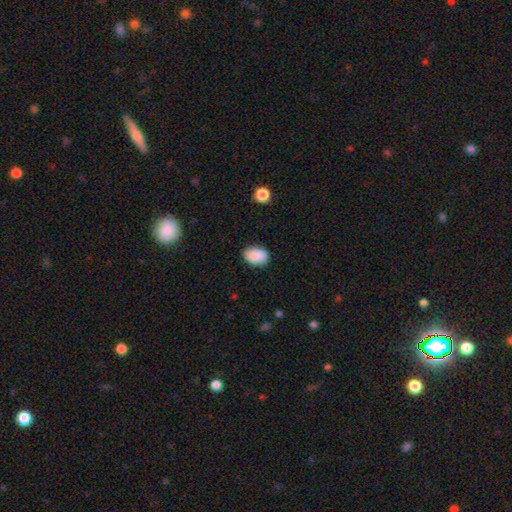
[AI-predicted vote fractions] This appears to be a smooth galaxy with no disk features (89%) that is in between round and cigar-shaped (81%). Merging: none (82%).